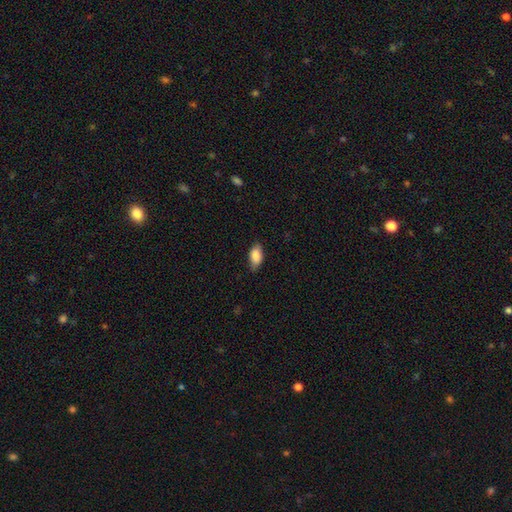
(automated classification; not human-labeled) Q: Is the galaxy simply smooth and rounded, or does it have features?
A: smooth — 87%.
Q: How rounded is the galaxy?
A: in between — 90%.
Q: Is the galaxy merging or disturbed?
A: none — 79%.